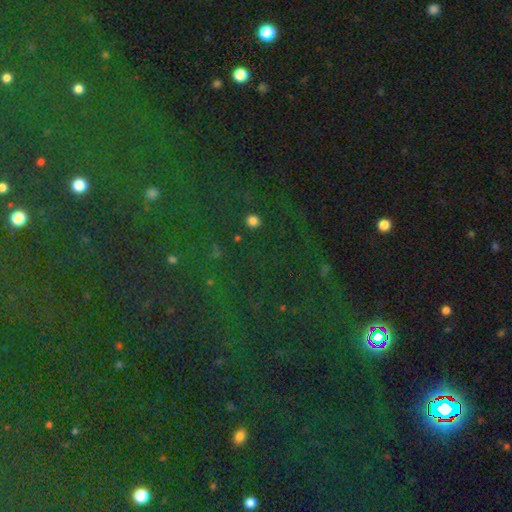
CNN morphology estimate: Smooth or featured? star or artifact (80%)